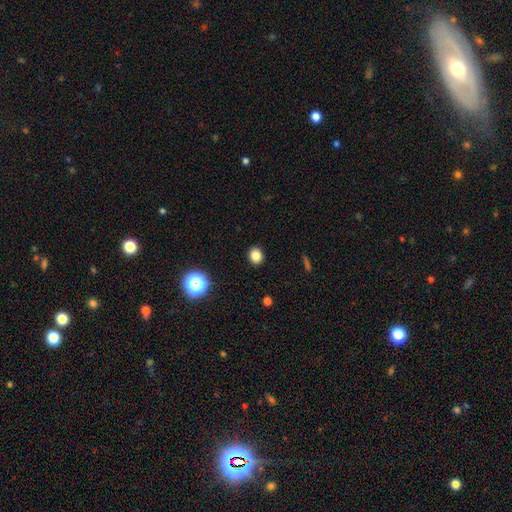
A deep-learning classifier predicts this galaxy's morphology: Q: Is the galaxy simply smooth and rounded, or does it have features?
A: smooth — 83%.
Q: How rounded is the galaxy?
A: round — 70%.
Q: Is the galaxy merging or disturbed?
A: none — 91%.